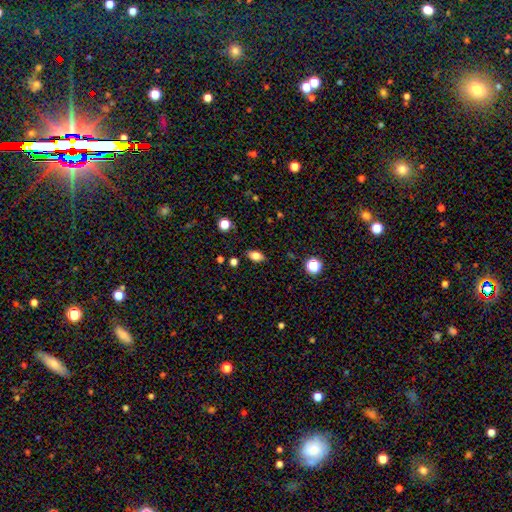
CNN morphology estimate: smooth_or_featured: smooth (p=0.80) [alt: star or artifact p=0.11]
how_rounded: in between (p=0.86) [alt: round p=0.10]
merging: none (p=0.85) [alt: minor disturbance p=0.11]